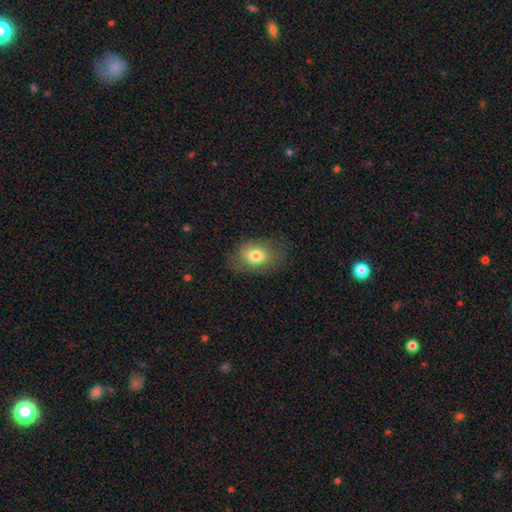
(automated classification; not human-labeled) Morphology: type=smooth (74%); roundness=in between (78%); merging=none (69%).